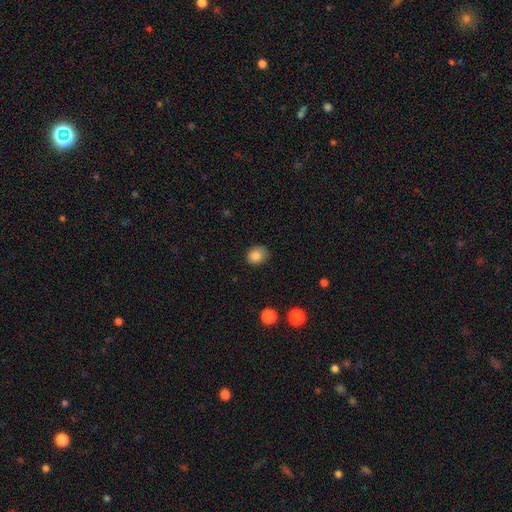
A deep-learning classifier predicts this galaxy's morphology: Overall: smooth (82%). How rounded: round (62%; in between 37%). Merging: none (78%).